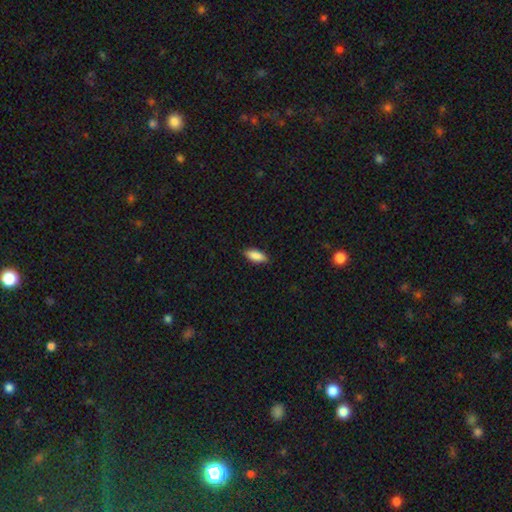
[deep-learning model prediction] A smooth galaxy with no disk features (88%) that is in between round and cigar-shaped (80%).

Vote fractions:
- Smooth or featured? smooth: 88% / star or artifact: 6% / featured or disk: 6%
- How rounded? in between: 80% / cigar-shaped: 18% / round: 2%
- Merging? none: 87% / minor disturbance: 10% / major disturbance: 2% / merger: 1%